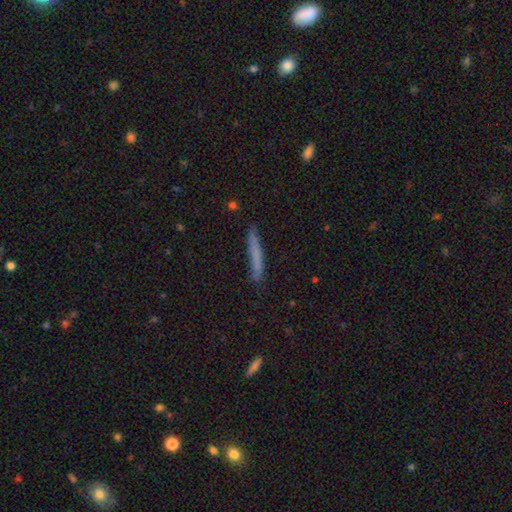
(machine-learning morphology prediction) Smooth or featured: smooth — 66% (featured or disk — 26%)
How rounded: cigar-shaped — 96% (in between — 3%)
Merging: none — 84% (minor disturbance — 12%)